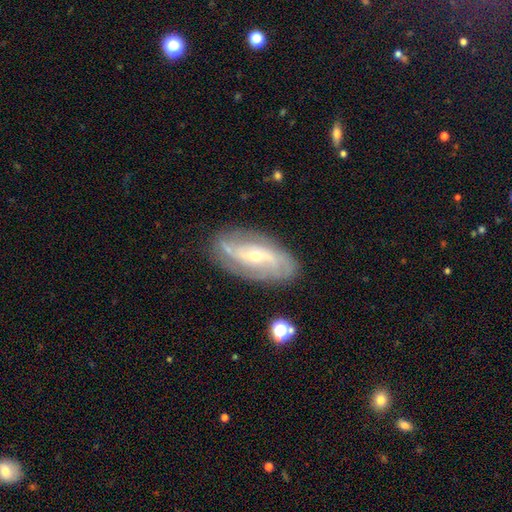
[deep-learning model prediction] Smooth or featured: featured or disk — 83% (smooth — 10%)
Edge-on disk: no — 92% (yes — 8%)
Bar: no — 44% (weak — 35%)
Spiral arms: yes — 93% (no — 7%)
Spiral winding: medium — 40% (tight — 37%)
Spiral arm count: 2 — 49% (can't tell — 23%)
Bulge size: small — 64% (moderate — 33%)
Merging: none — 79% (minor disturbance — 15%)